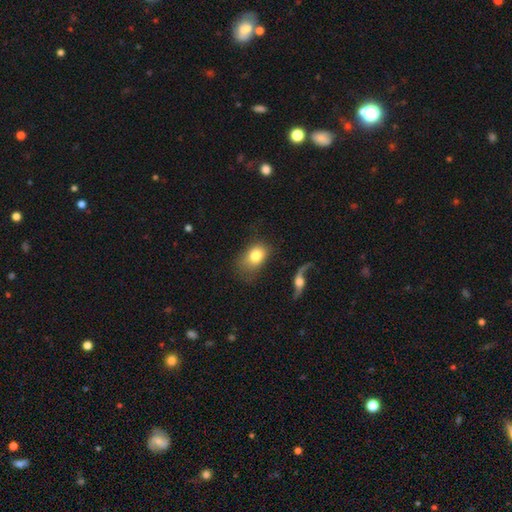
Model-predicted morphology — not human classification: A smooth galaxy with no disk features (76%) that is in between round and cigar-shaped (76%).

Vote fractions:
- Smooth or featured? smooth: 76% / featured or disk: 16% / star or artifact: 8%
- How rounded? in between: 76% / round: 23% / cigar-shaped: 2%
- Merging? none: 52% / minor disturbance: 23% / major disturbance: 18% / merger: 7%